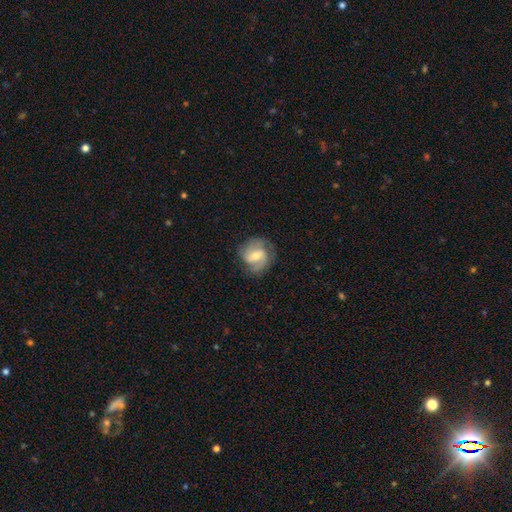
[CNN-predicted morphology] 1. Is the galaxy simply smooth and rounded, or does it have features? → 73% featured or disk, 21% smooth, 6% star or artifact.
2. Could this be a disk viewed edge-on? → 97% no, 3% yes.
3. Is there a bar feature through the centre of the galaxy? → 50% weak, 28% no, 21% strong.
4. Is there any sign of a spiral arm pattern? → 92% yes, 8% no.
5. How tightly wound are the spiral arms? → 47% medium, 31% tight, 21% loose.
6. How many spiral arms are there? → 64% 2, 13% 3, 13% can't tell, 7% 1, 2% 4, 2% more than 4.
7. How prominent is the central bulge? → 55% moderate, 39% small, 3% large, 2% none, 1% dominant.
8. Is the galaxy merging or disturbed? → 72% none, 19% minor disturbance, 8% major disturbance, 1% merger.